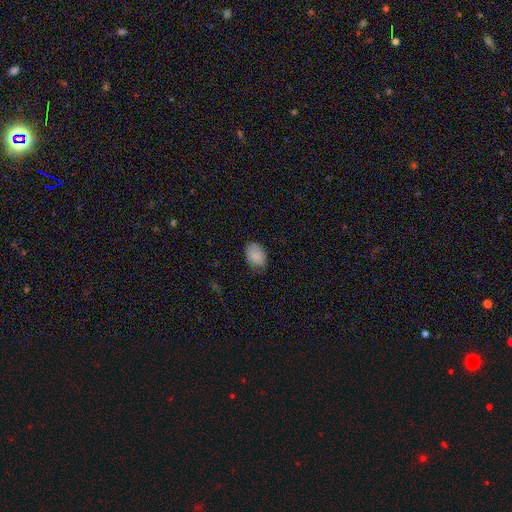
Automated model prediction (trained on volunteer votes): This appears to be a smooth galaxy with no disk features (86%) that is in between round and cigar-shaped (81%). Merging: none (69%).